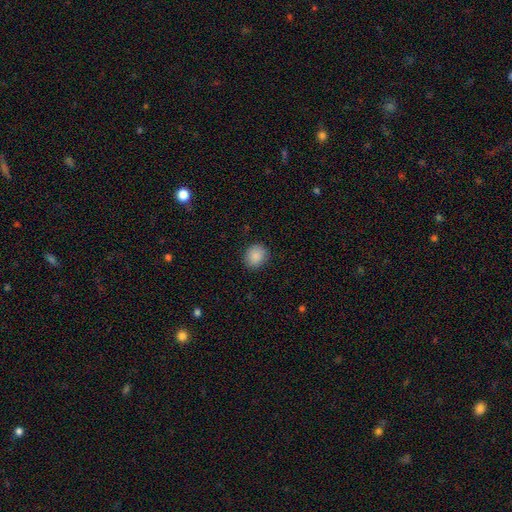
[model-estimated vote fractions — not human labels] A smooth galaxy with no disk features (88%) that is round (73%). Merging: none (88%).